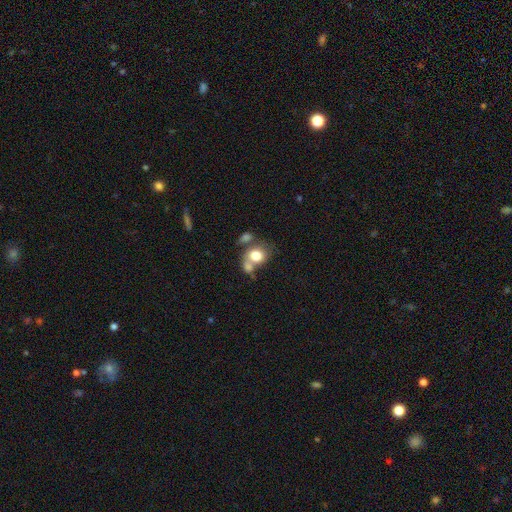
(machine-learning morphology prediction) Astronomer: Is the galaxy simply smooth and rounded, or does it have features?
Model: smooth — 75%.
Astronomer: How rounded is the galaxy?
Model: round — 55% (runner-up: in between, 44%).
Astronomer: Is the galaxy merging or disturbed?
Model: merger — 46% (runner-up: none, 33%).